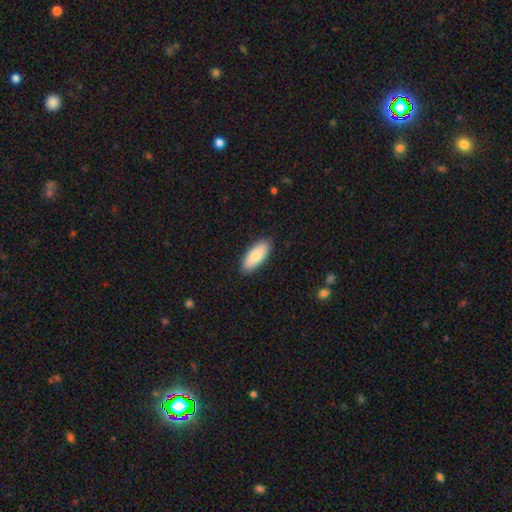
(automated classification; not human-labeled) Overall: smooth (81%). How rounded: in between (84%). Merging: none (87%).